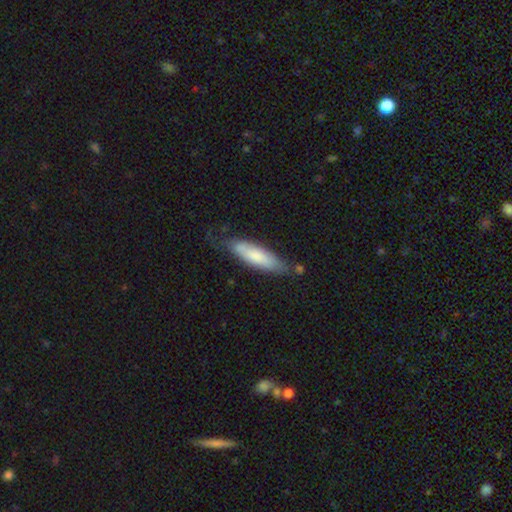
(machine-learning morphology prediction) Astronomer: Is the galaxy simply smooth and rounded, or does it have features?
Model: smooth — 71%.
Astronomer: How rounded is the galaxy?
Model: cigar-shaped — 60% (runner-up: in between, 39%).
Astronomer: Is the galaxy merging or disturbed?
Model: none — 61%.